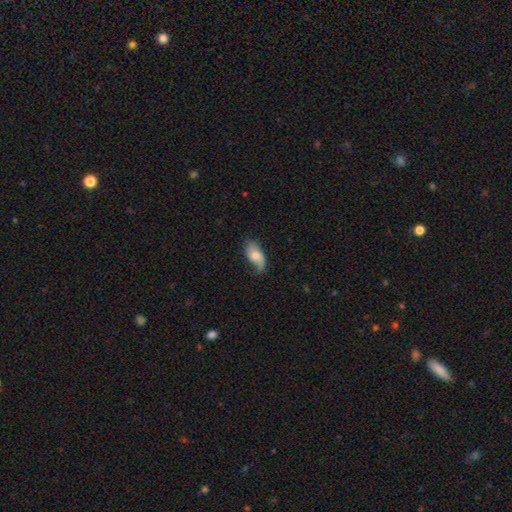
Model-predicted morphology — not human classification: Smooth or featured? Predicted: featured or disk (p=0.47). Merging? Predicted: none (p=0.52).